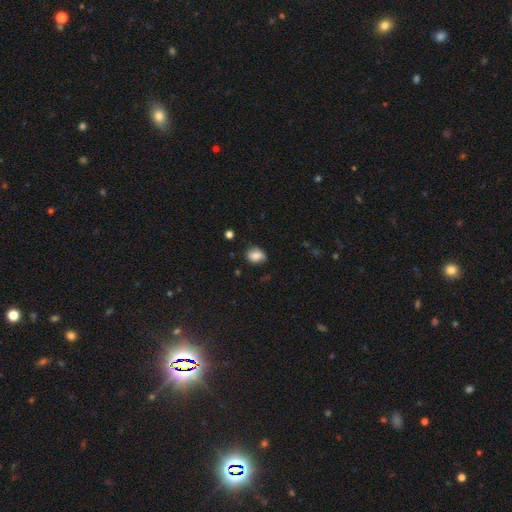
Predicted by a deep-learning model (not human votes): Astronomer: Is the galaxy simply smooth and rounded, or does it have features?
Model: smooth — 82%.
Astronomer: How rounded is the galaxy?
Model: in between — 59% (runner-up: round, 40%).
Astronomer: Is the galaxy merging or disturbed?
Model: none — 72%.